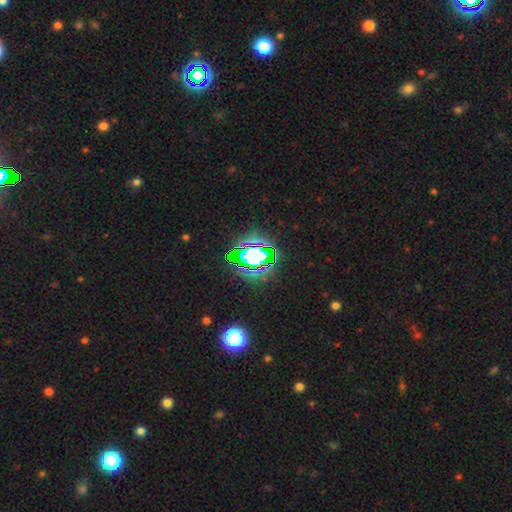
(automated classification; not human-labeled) Smooth or featured: star or artifact — 58% (smooth — 25%)